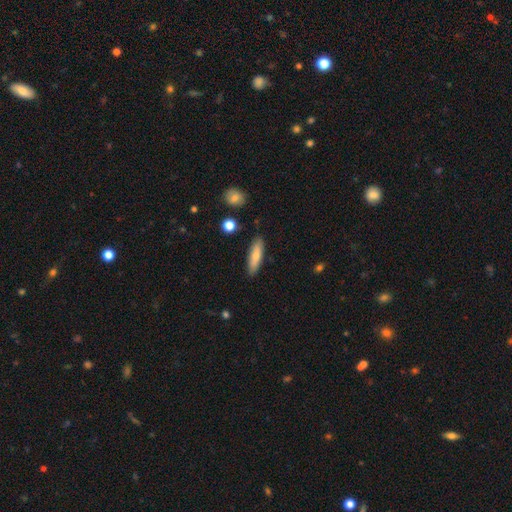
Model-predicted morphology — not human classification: This appears to be a smooth galaxy with no disk features (74%) that is cigar-shaped (63%). Merging: none (86%).